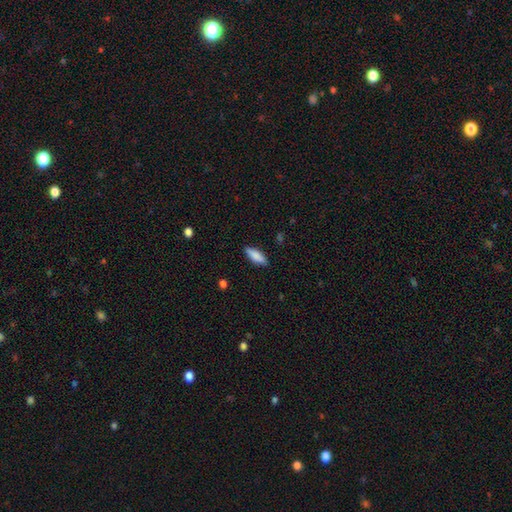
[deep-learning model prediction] Smooth or featured? Predicted: smooth (p=0.82). How rounded? Predicted: in between (p=0.55). Merging? Predicted: none (p=0.86).